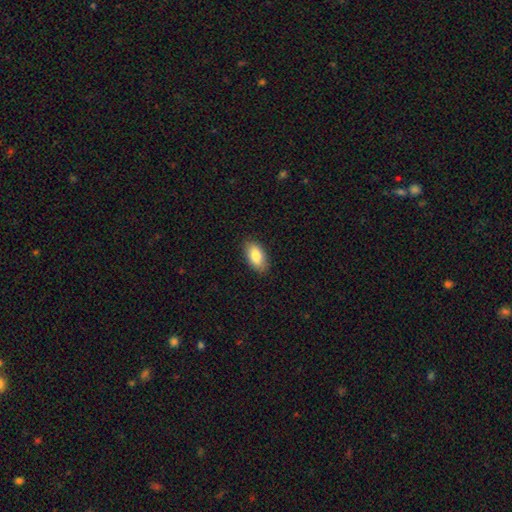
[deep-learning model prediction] Smooth or featured?
  - smooth: 82% *
  - featured or disk: 11%
  - star or artifact: 7%
How rounded?
  - in between: 93% *
  - round: 4%
  - cigar-shaped: 4%
Merging?
  - none: 87% *
  - minor disturbance: 10%
  - major disturbance: 2%
  - merger: 1%